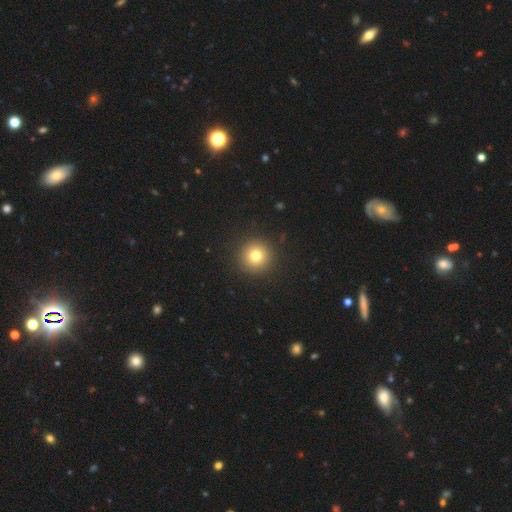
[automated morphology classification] A smooth galaxy with no disk features (77%) that is round (96%).

Vote fractions:
- Smooth or featured? smooth: 77% / star or artifact: 13% / featured or disk: 9%
- How rounded? round: 96% / in between: 3% / cigar-shaped: 1%
- Merging? none: 92% / minor disturbance: 4% / major disturbance: 2% / merger: 1%